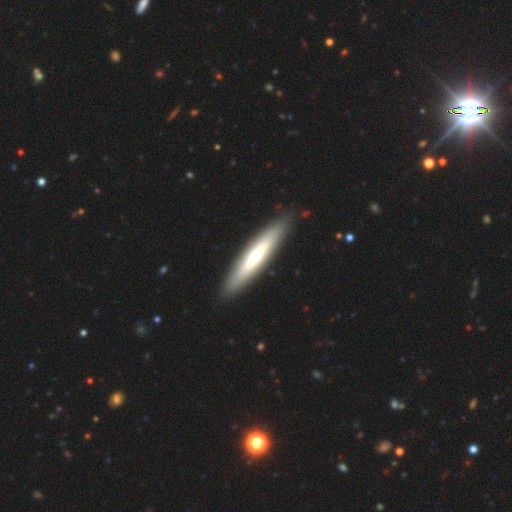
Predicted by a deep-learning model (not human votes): Overall: featured or disk (47%, tied with smooth). Merging: none (90%).